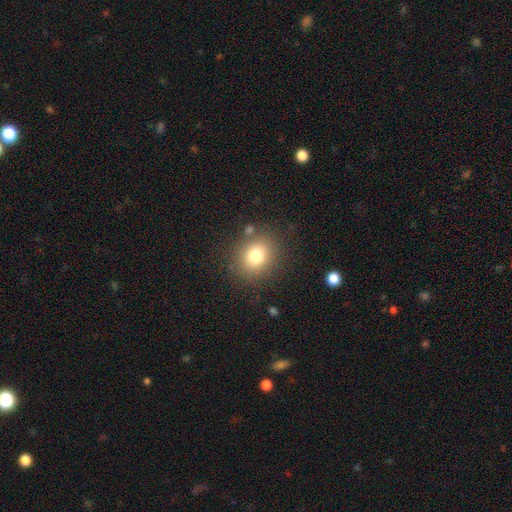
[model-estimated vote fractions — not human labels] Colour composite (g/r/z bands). It shows a smooth galaxy with no disk features (77%) that is round (64%). Merging: none (82%).